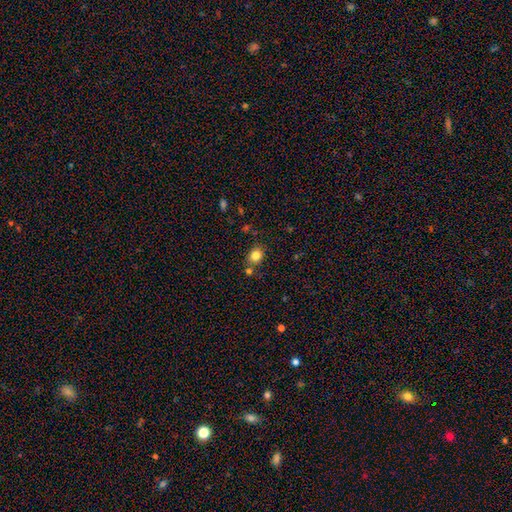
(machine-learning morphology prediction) This is clearly a smooth galaxy (82%). How rounded: likely round (61%). Merging: likely none (74%).